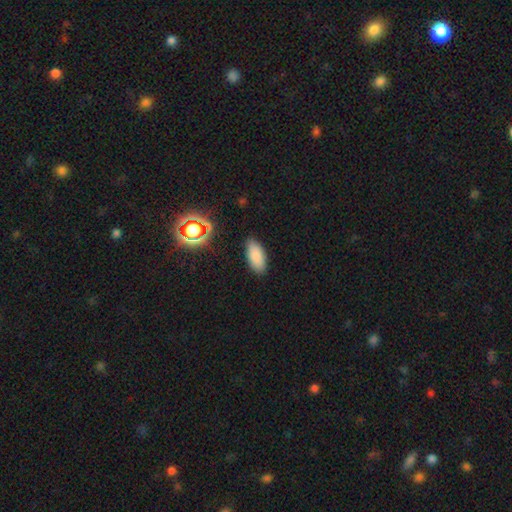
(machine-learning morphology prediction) This appears to be a smooth galaxy with no disk features (85%) that is in between round and cigar-shaped (89%). Merging: none (86%).